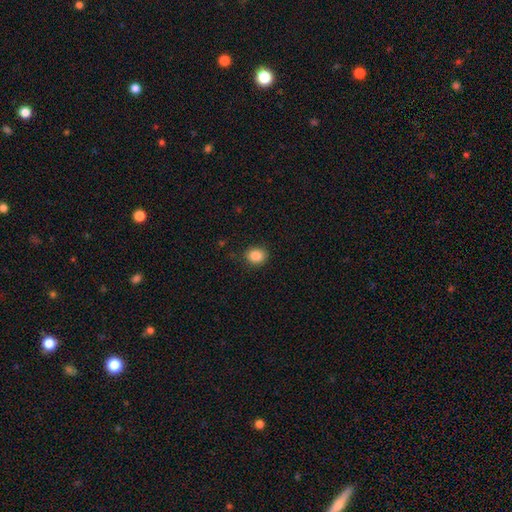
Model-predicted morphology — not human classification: A smooth galaxy with no disk features (87%) that is round (60%). Merging: none (84%).